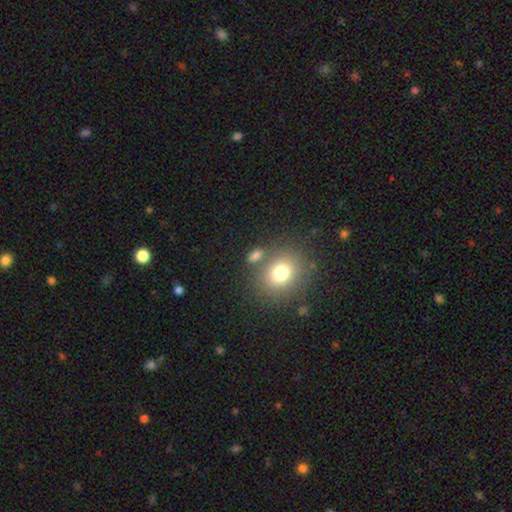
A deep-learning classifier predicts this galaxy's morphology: This appears to be a smooth galaxy with no disk features (76%) that is in between round and cigar-shaped (59%). Merging: none (67%).